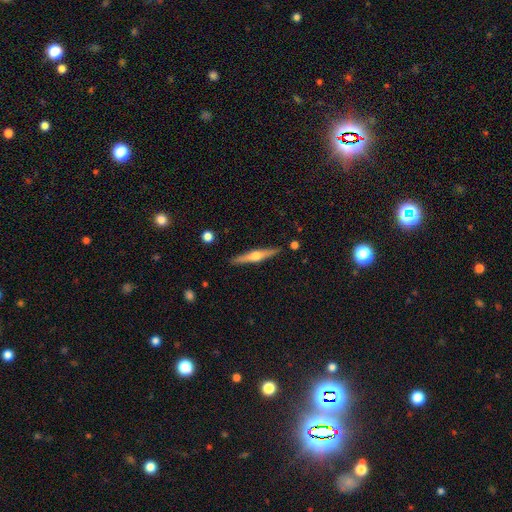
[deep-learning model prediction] This is likely a featured or disk galaxy (69%). It is clearly viewed edge-on (98%). Edge-on bulge: clearly rounded (93%). Merging: clearly none (90%).